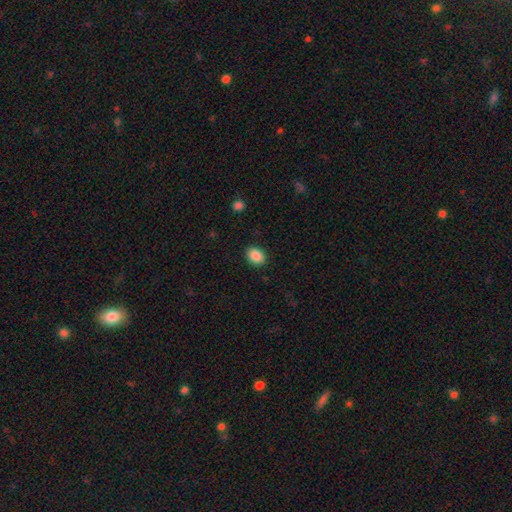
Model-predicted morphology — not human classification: smooth 88%, star or artifact 8%, featured or disk 4%. Down the decision tree: how rounded — in between (65%); merging — none (89%).